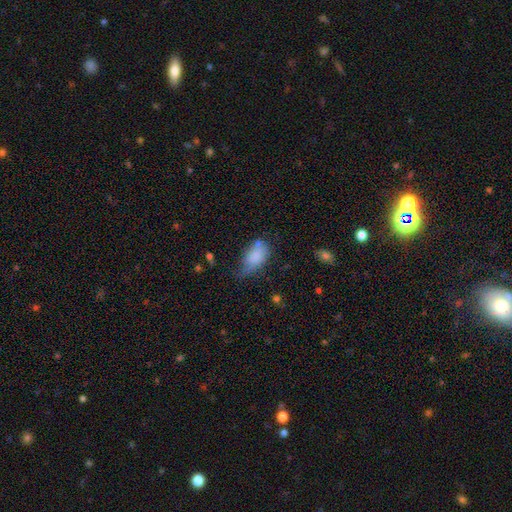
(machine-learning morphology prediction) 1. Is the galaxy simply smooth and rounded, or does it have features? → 80% smooth, 12% featured or disk, 9% star or artifact.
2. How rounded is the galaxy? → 90% in between, 7% round, 3% cigar-shaped.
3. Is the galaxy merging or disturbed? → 41% minor disturbance, 32% none, 20% major disturbance, 6% merger.